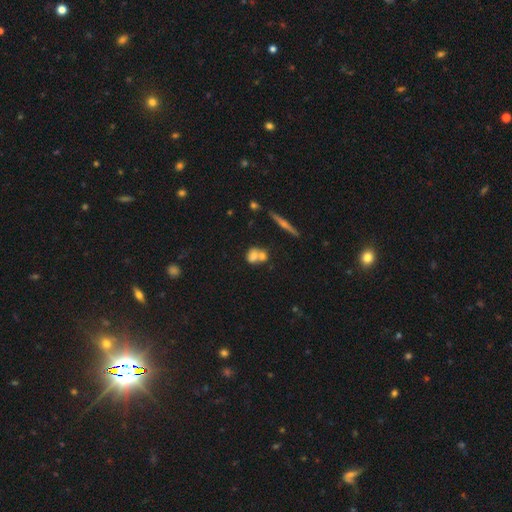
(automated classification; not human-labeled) A smooth galaxy with no disk features (63%) that is in between round and cigar-shaped (48%). Merging: merger (51%).